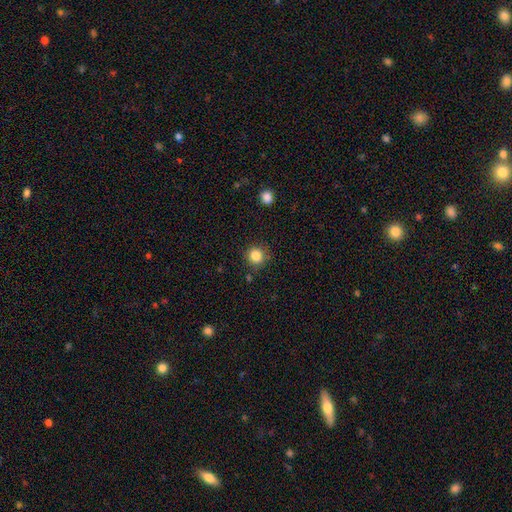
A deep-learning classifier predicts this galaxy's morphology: smooth 84%, star or artifact 11%, featured or disk 5%. Down the decision tree: how rounded — round (91%); merging — none (86%).